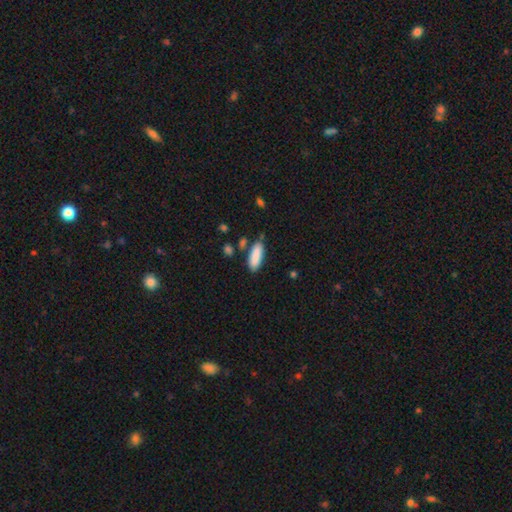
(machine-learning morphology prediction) Overall: smooth (89%). How rounded: in between (61%; cigar-shaped 37%). Merging: none (78%).